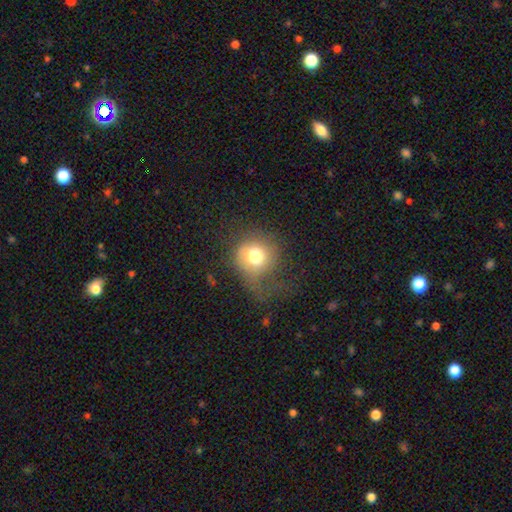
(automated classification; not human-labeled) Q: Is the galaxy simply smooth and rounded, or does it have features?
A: smooth — 69%.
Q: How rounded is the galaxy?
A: round — 85%.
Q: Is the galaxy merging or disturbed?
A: none — 40%.